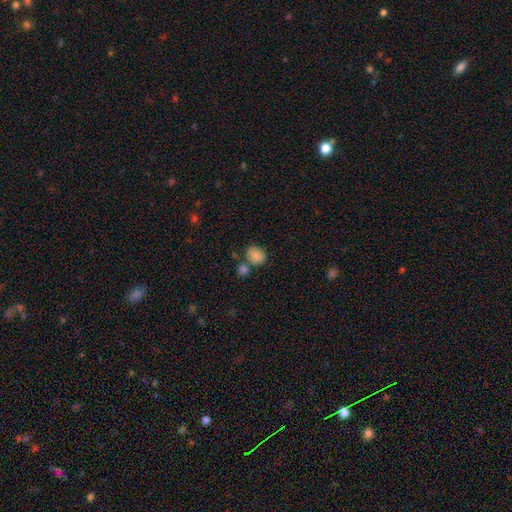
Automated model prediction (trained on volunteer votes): Overall: smooth (84%). How rounded: round (63%; in between 36%). Merging: none (63%).